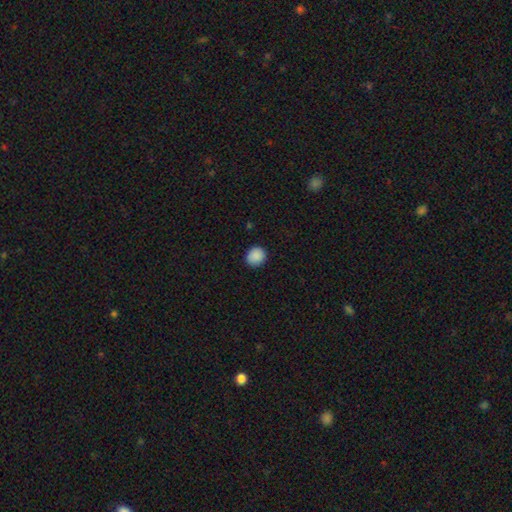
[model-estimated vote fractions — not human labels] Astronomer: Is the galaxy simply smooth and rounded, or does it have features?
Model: smooth — 89%.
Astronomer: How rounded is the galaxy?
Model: round — 82%.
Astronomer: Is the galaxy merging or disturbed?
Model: none — 88%.